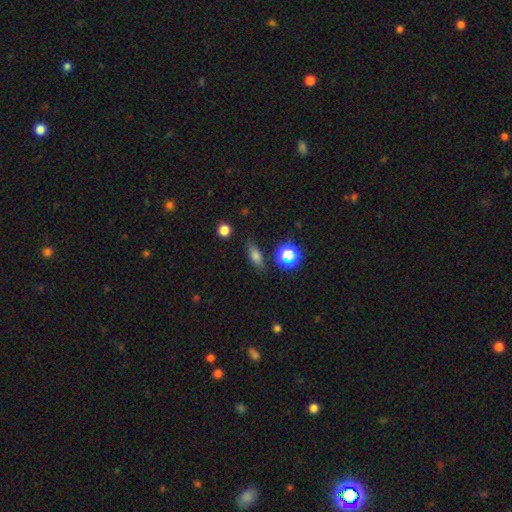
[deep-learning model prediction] A smooth galaxy with no disk features (72%) that is in between round and cigar-shaped (66%). Merging: none (81%).